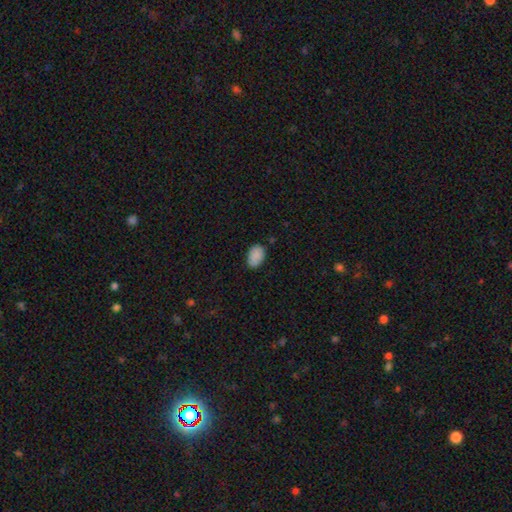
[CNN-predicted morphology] Smooth or featured? smooth (89%)
How rounded? in between (89%)
Merging? none (82%)